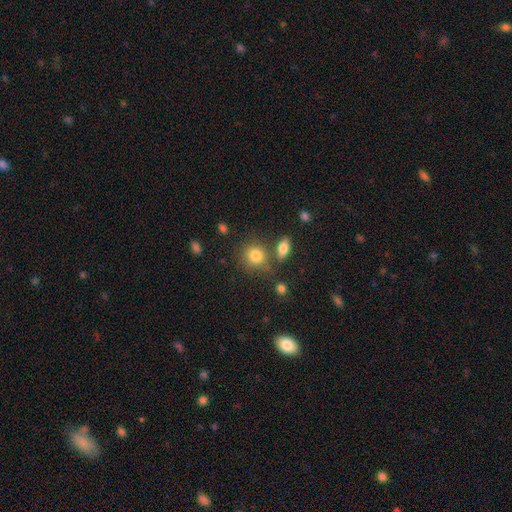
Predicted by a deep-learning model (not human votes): This appears to be a smooth galaxy with no disk features (82%) that is round (78%). Merging: none (66%).